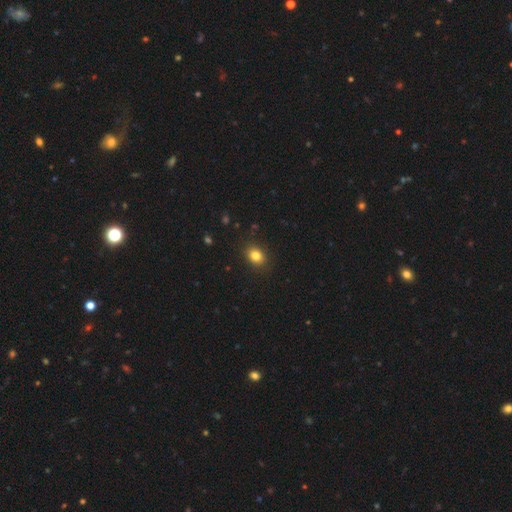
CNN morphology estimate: smooth-or-featured: smooth: 83% | star or artifact: 11% | featured or disk: 6%
  how-rounded: in between: 57% | round: 42% | cigar-shaped: 1%
  merging: none: 88% | minor disturbance: 9% | major disturbance: 2% | merger: 1%